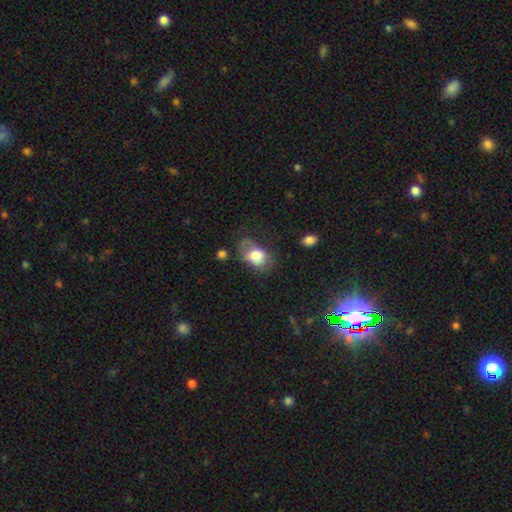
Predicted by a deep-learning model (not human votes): Smooth or featured: smooth — 71% (featured or disk — 21%)
How rounded: in between — 74% (round — 25%)
Merging: none — 47% (minor disturbance — 29%)